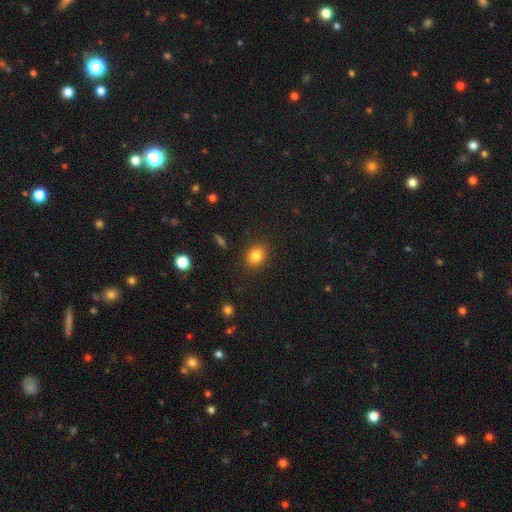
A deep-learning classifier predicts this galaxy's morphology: This is clearly a smooth galaxy (83%). How rounded: possibly round (52%). Merging: clearly none (86%).